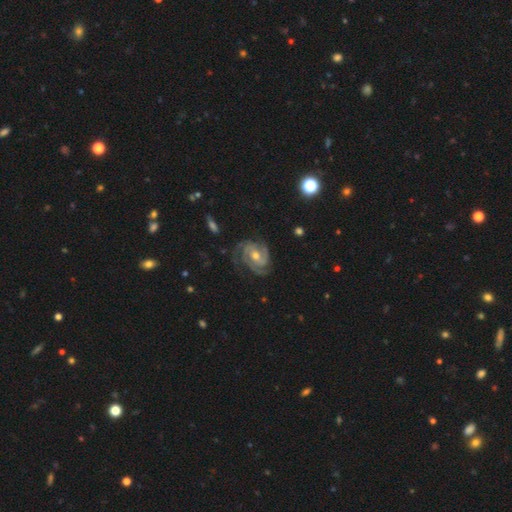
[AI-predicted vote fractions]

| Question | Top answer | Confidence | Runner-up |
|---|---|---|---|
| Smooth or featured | featured or disk | 90% | smooth (5%) |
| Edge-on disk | no | 98% | yes (2%) |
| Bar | no | 49% | weak (38%) |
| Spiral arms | yes | 98% | no (2%) |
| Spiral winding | tight | 61% | medium (33%) |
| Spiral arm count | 3 | 46% | 2 (25%) |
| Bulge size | moderate | 64% | small (32%) |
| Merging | none | 69% | minor disturbance (20%) |